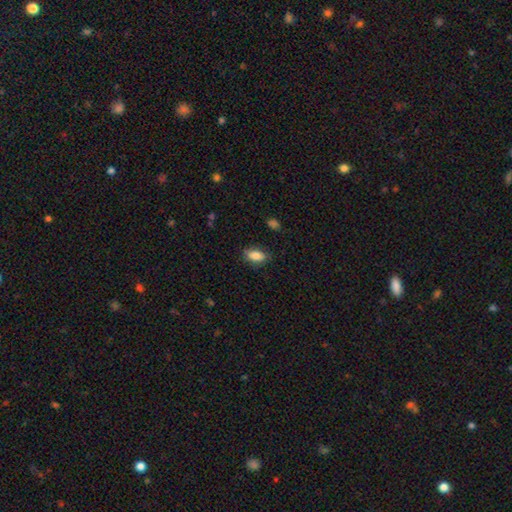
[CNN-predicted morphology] Overall: smooth (86%). How rounded: in between (88%). Merging: none (82%).